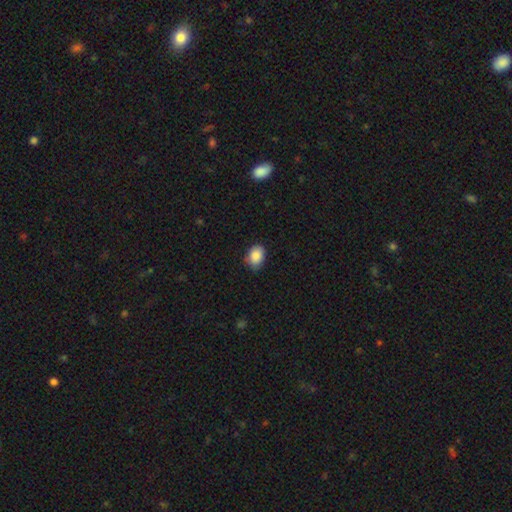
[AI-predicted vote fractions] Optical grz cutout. It shows a smooth galaxy with no disk features (87%) that is in between round and cigar-shaped (68%). Merging: none (78%).